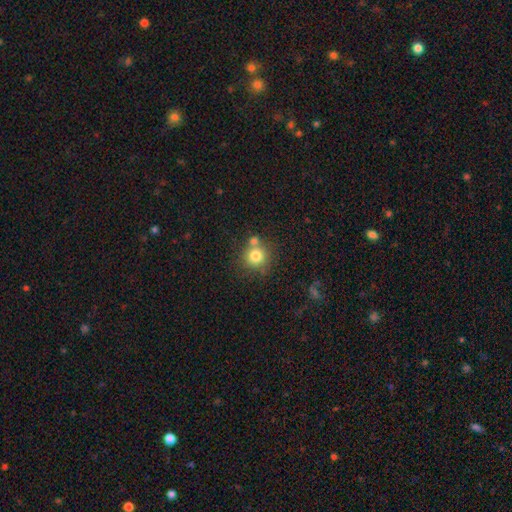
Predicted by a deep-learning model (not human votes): smooth-or-featured: smooth: 78% | star or artifact: 11% | featured or disk: 10%
  how-rounded: round: 90% | in between: 9% | cigar-shaped: 1%
  merging: none: 63% | merger: 24% | minor disturbance: 10% | major disturbance: 4%